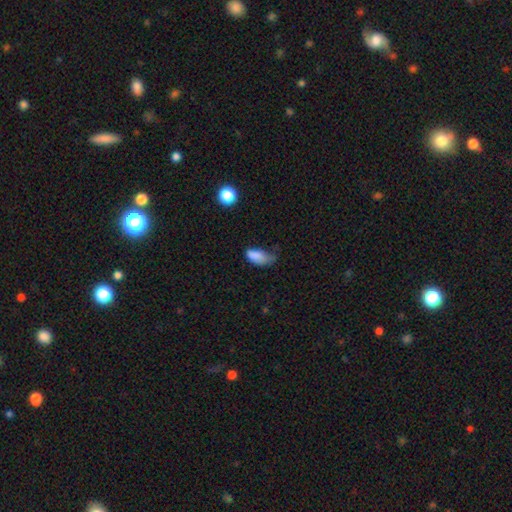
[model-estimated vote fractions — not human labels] Smooth or featured: smooth — 81% (featured or disk — 10%)
How rounded: in between — 90% (cigar-shaped — 5%)
Merging: minor disturbance — 40% (major disturbance — 33%)